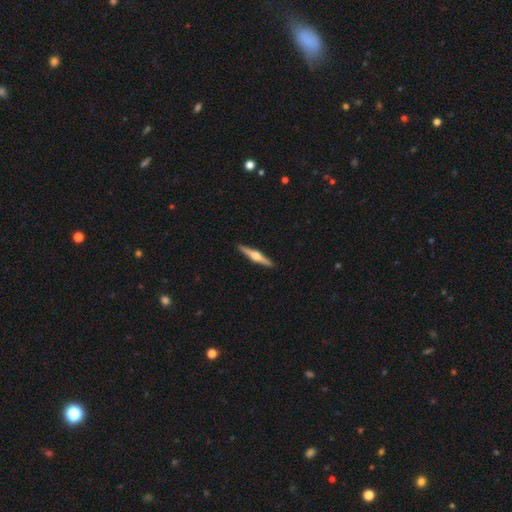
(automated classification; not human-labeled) smooth-or-featured: featured or disk: 74% | smooth: 22% | star or artifact: 5%
  disk-edge-on: yes: 98% | no: 2%
    edge-on-bulge: rounded: 94% | boxy: 4% | none: 2%
  merging: none: 93% | minor disturbance: 5% | major disturbance: 1% | merger: 1%